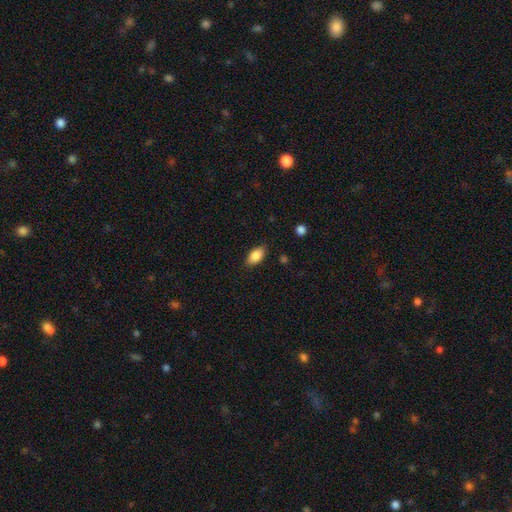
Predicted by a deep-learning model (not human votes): Morphology: type=smooth (87%); roundness=in between (91%); merging=none (84%).